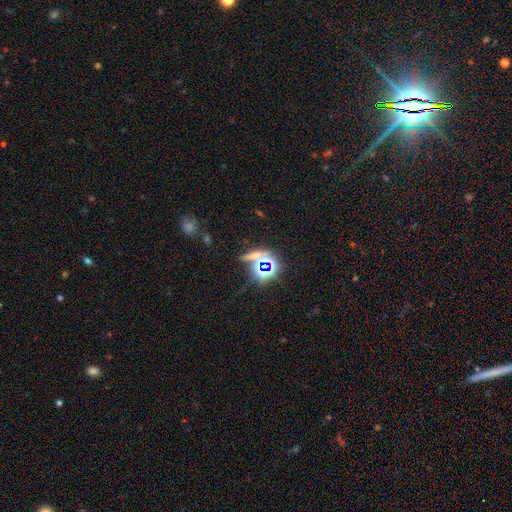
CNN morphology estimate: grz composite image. It shows a star or artifact, not a galaxy (60%).